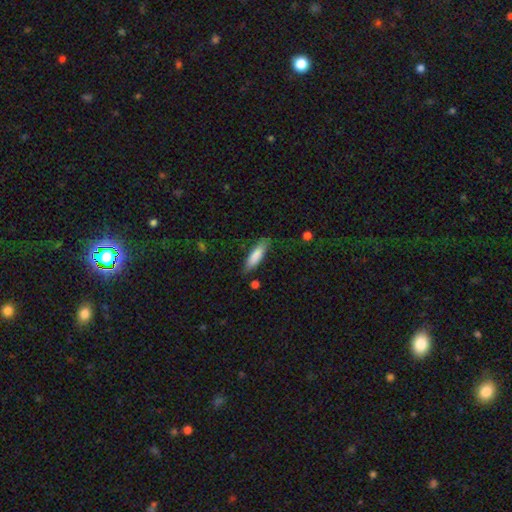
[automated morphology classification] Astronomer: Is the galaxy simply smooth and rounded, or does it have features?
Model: smooth — 81%.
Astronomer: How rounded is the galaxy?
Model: cigar-shaped — 59% (runner-up: in between, 40%).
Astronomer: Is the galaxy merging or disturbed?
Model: none — 75%.